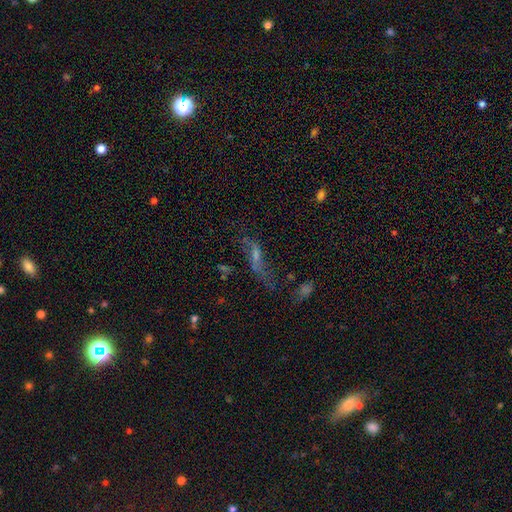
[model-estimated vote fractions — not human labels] This appears to be a featured or disk galaxy (47%). Merging: none (46%).